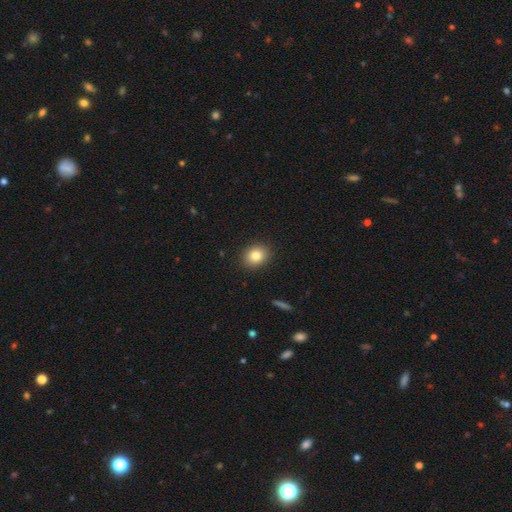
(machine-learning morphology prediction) smooth_or_featured: smooth (p=0.83) [alt: star or artifact p=0.10]
how_rounded: round (p=0.55) [alt: in between p=0.44]
merging: none (p=0.90) [alt: minor disturbance p=0.07]